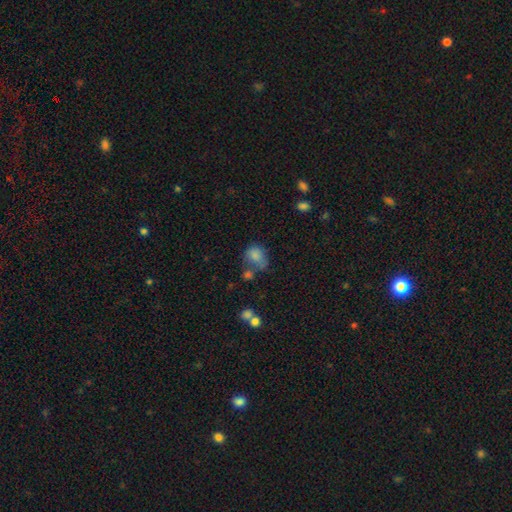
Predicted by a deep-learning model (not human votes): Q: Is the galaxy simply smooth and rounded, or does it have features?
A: smooth — 77%.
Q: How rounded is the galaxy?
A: in between — 50%.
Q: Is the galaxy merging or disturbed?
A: none — 36%.